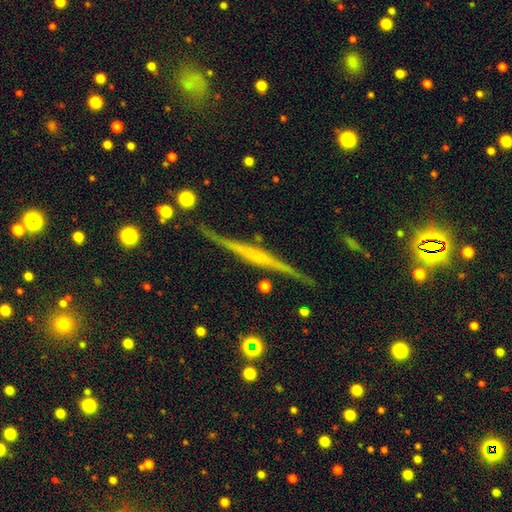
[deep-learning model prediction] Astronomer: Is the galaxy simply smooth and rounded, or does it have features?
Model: featured or disk — 79%.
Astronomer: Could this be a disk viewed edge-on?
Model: yes — 98%.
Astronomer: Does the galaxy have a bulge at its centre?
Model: none — 44% (runner-up: rounded, 34%).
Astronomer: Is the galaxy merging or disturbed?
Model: none — 86%.